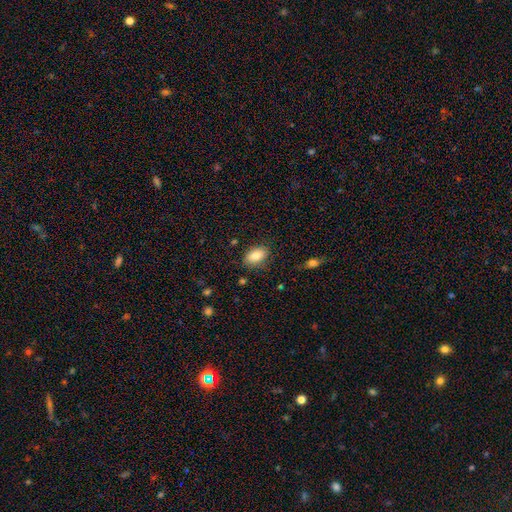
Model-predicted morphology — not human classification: smooth 83%, featured or disk 9%, star or artifact 8%. Down the decision tree: how rounded — in between (89%); merging — none (82%).